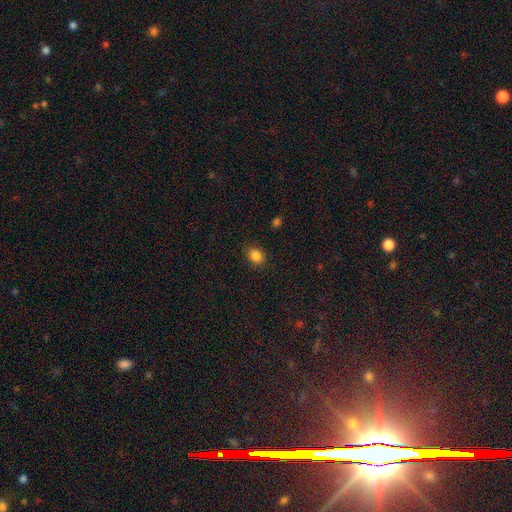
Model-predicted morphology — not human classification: Smooth or featured? Predicted: smooth (p=0.85). How rounded? Predicted: round (p=0.52). Merging? Predicted: none (p=0.88).